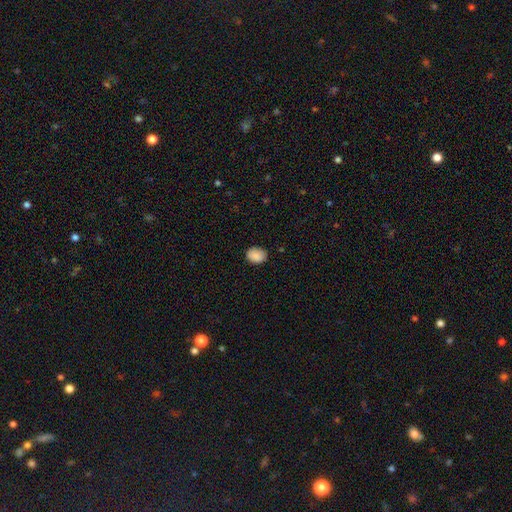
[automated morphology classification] A smooth galaxy with no disk features (89%) that is in between round and cigar-shaped (62%).

Vote fractions:
- Smooth or featured? smooth: 89% / star or artifact: 8% / featured or disk: 4%
- How rounded? in between: 62% / round: 37% / cigar-shaped: 1%
- Merging? none: 82% / minor disturbance: 14% / major disturbance: 3% / merger: 1%